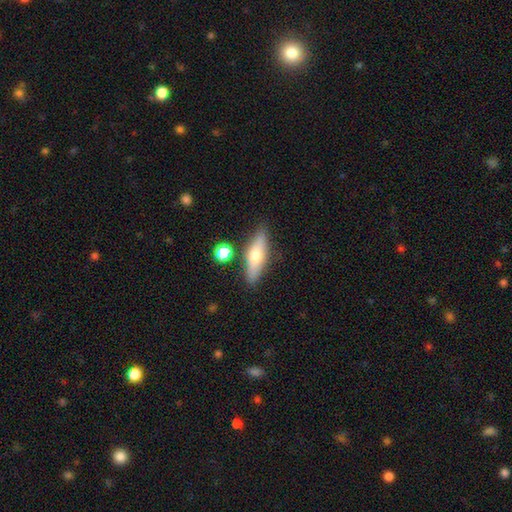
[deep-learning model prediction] Smooth or featured? Predicted: smooth (p=0.55). How rounded? Predicted: cigar-shaped (p=0.53). Merging? Predicted: none (p=0.82).